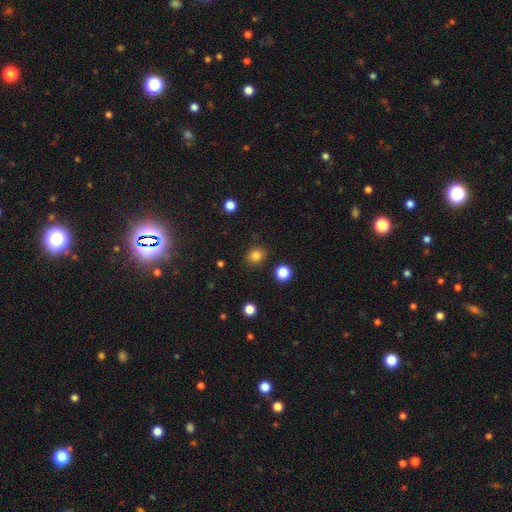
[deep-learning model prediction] A smooth galaxy with no disk features (83%) that is round (73%). Merging: none (87%).